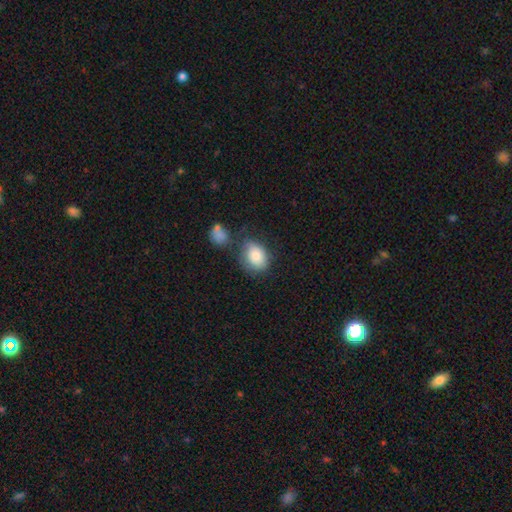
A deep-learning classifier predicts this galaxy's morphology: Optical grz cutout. It shows a smooth galaxy with no disk features (84%) that is in between round and cigar-shaped (66%). Merging: none (54%).